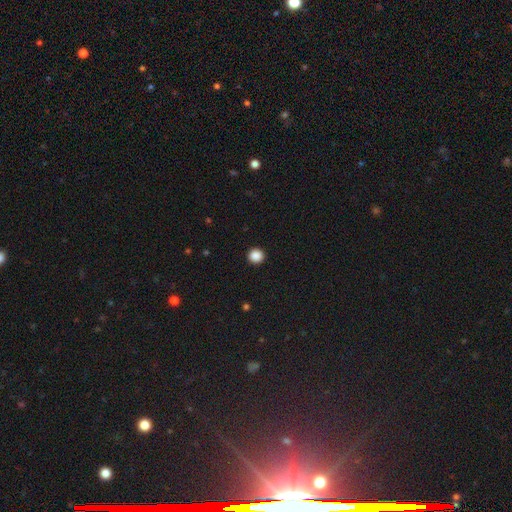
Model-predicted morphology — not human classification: This is clearly a smooth galaxy (88%). How rounded: clearly round (93%). Merging: clearly none (93%).